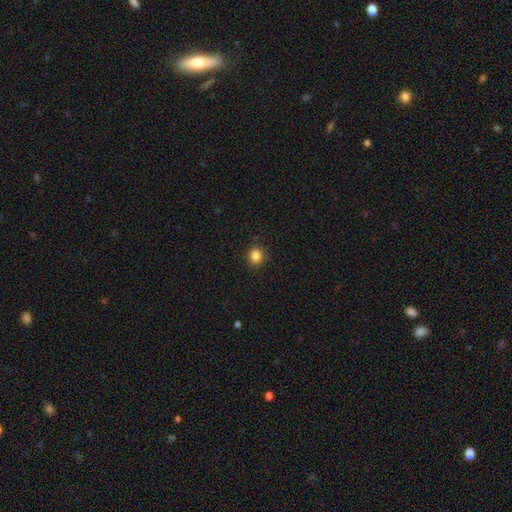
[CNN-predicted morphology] smooth-or-featured: smooth: 84% | star or artifact: 12% | featured or disk: 4%
  how-rounded: round: 87% | in between: 12% | cigar-shaped: 1%
  merging: none: 90% | minor disturbance: 7% | major disturbance: 2% | merger: 1%